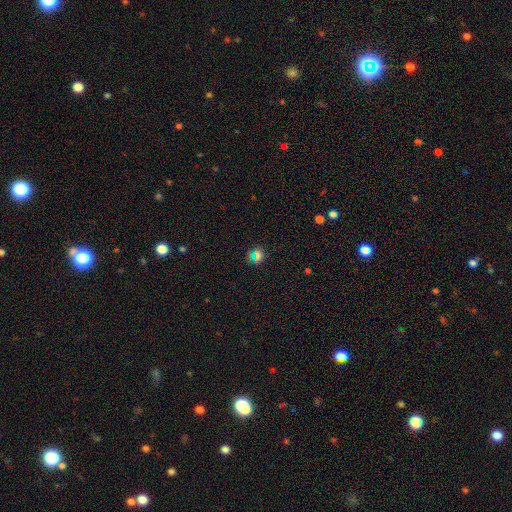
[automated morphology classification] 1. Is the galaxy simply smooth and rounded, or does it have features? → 54% smooth, 37% star or artifact, 9% featured or disk.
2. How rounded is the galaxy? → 79% round, 18% in between, 4% cigar-shaped.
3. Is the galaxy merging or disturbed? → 81% none, 10% minor disturbance, 5% major disturbance, 4% merger.